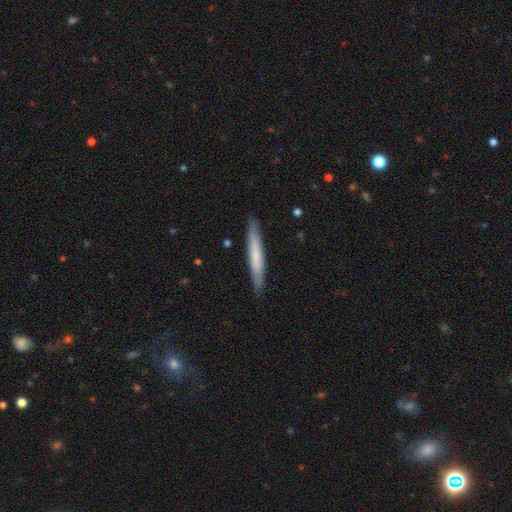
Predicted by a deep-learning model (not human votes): smooth 66%, featured or disk 29%, star or artifact 5%. Down the decision tree: how rounded — cigar-shaped (95%); merging — none (89%).